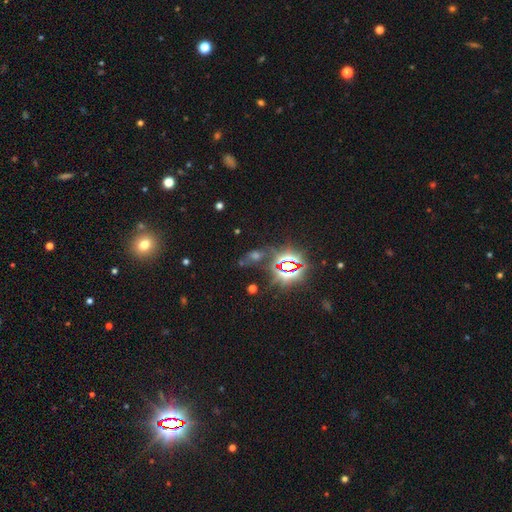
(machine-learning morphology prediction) smooth_or_featured: star or artifact (p=0.68) [alt: smooth p=0.19]